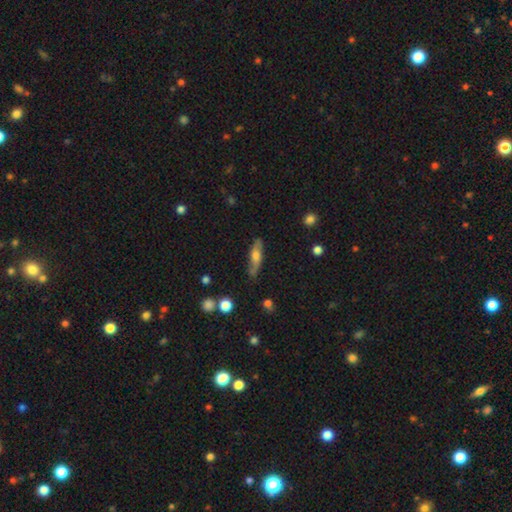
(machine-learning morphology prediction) Q: Smooth or featured?
A: smooth (47%); runner-up: featured or disk (46%)
Q: Merging?
A: none (74%); runner-up: minor disturbance (19%)